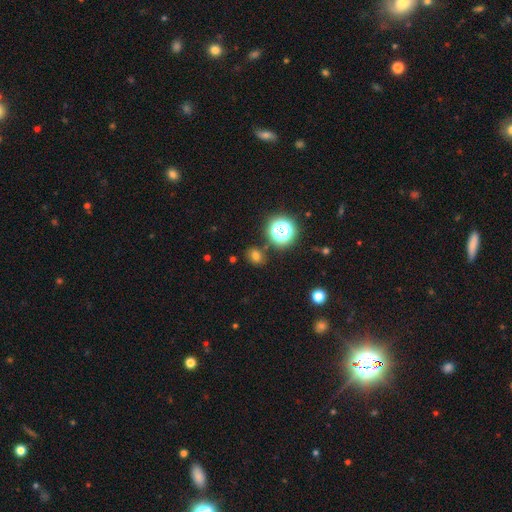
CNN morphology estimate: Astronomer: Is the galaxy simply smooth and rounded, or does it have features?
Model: smooth — 65%.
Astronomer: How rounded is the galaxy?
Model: in between — 51% (runner-up: round, 47%).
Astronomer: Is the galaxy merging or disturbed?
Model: none — 80%.